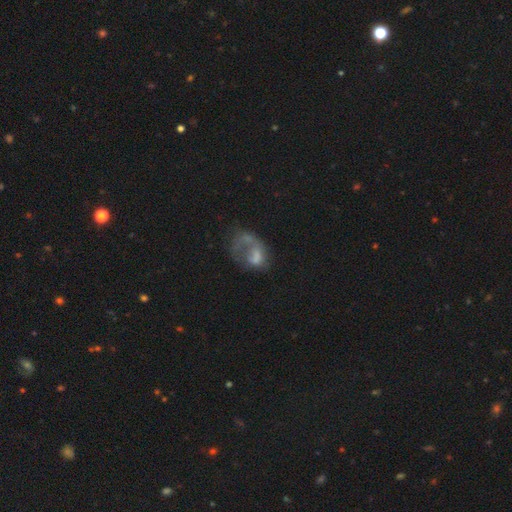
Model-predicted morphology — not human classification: Smooth or featured? featured or disk (46%)
Merging? major disturbance (54%)